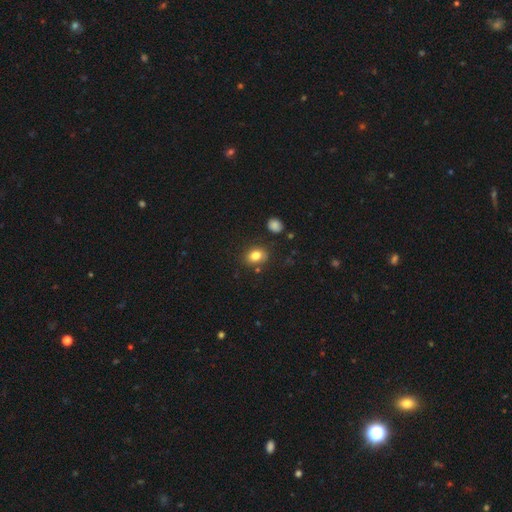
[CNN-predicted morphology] smooth-or-featured: smooth: 81% | star or artifact: 10% | featured or disk: 9%
  how-rounded: in between: 56% | round: 43% | cigar-shaped: 1%
  merging: none: 79% | minor disturbance: 13% | merger: 4% | major disturbance: 3%